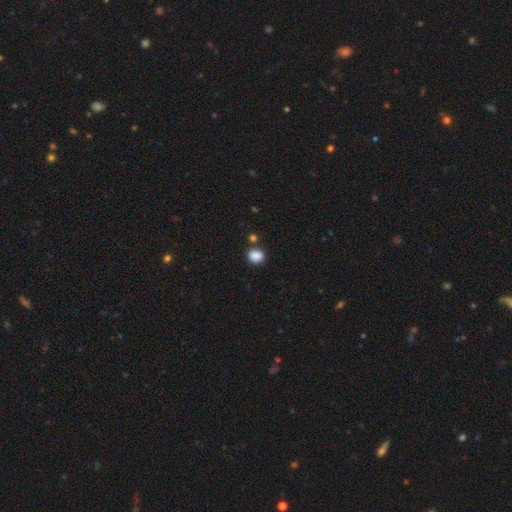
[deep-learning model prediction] Q: Smooth or featured?
A: smooth (87%); runner-up: star or artifact (10%)
Q: How rounded?
A: round (56%); runner-up: in between (43%)
Q: Merging?
A: none (75%); runner-up: minor disturbance (12%)